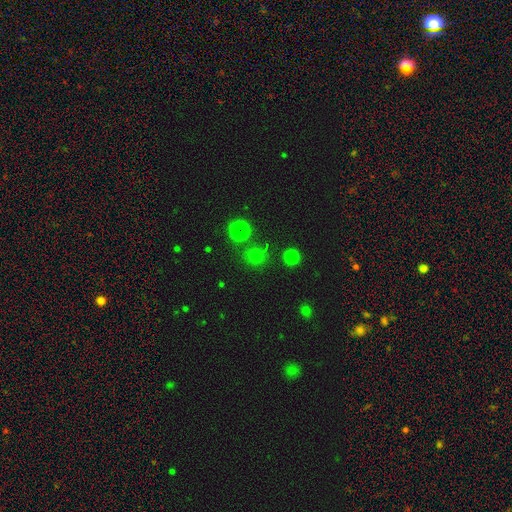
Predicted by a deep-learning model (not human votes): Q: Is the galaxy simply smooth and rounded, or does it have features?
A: smooth — 55%.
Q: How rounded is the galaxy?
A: round — 88%.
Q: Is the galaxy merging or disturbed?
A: none — 76%.